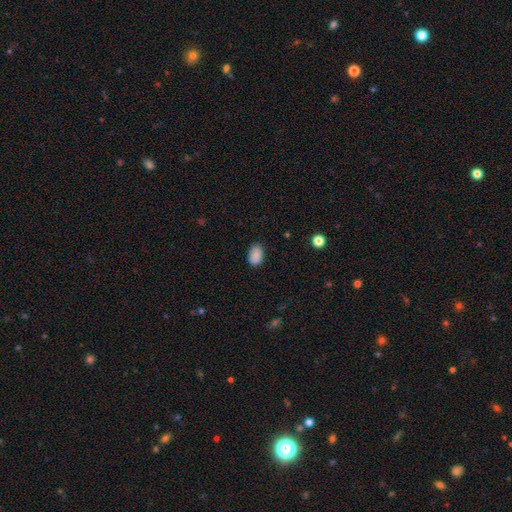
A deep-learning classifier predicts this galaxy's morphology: Smooth or featured? Predicted: smooth (p=0.86). How rounded? Predicted: in between (p=0.87). Merging? Predicted: none (p=0.81).